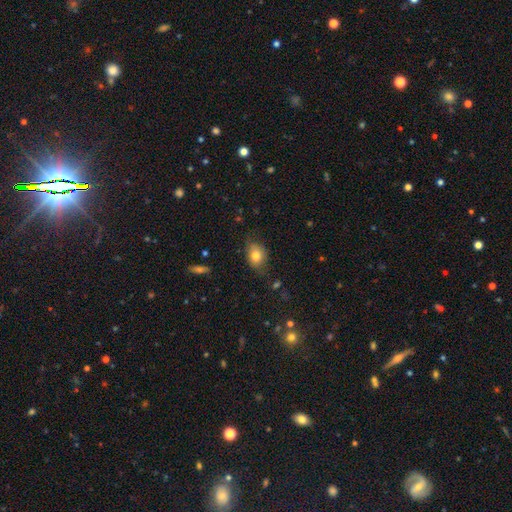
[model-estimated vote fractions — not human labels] smooth 79%, featured or disk 11%, star or artifact 9%. Down the decision tree: how rounded — in between (68%); merging — none (72%).